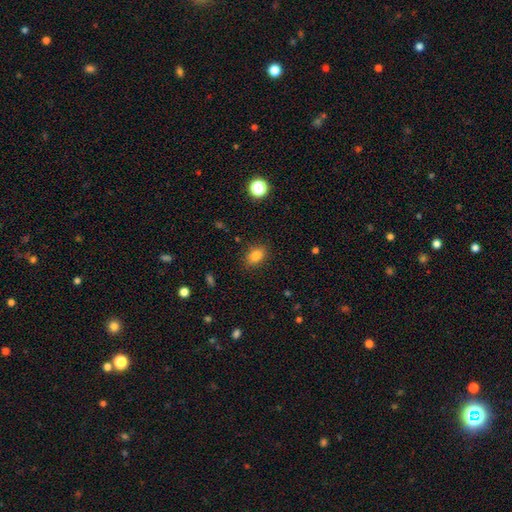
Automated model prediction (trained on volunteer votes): Smooth or featured? smooth (83%)
How rounded? in between (75%)
Merging? none (86%)